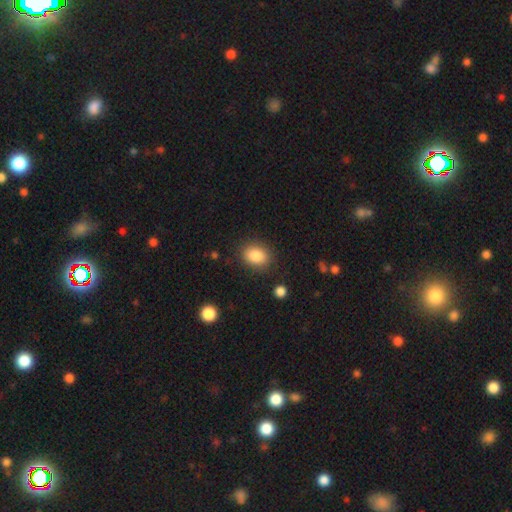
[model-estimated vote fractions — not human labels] This appears to be a smooth galaxy with no disk features (86%) that is in between round and cigar-shaped (61%). Merging: none (85%).